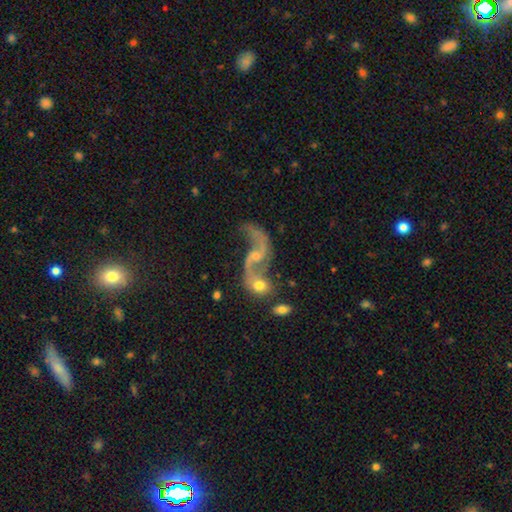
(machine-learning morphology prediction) This appears to be a featured or disk galaxy (86%) with no bar (56%), 2 (90%) loose (86%) spiral arms (92%) and a small central bulge (63%). Merging: none (37%).